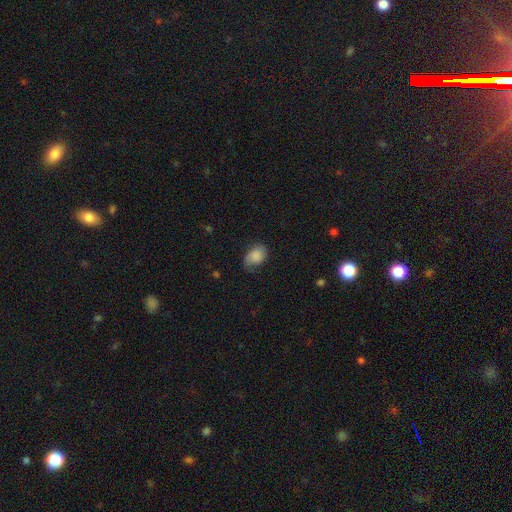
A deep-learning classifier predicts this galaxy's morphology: Smooth or featured? smooth (78%)
How rounded? in between (77%)
Merging? none (54%)